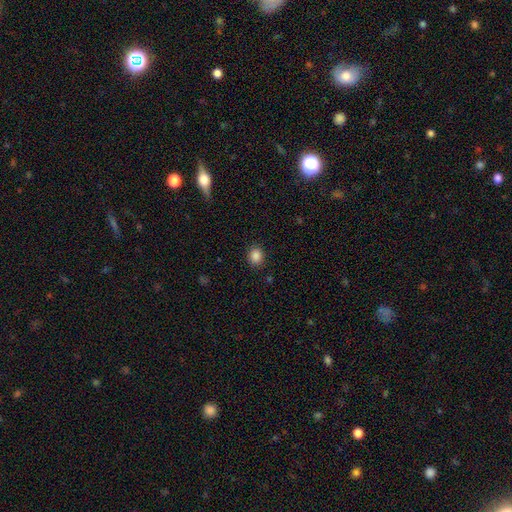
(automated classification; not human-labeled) The model was most divided on "how rounded": round: 62%, in between: 37%, cigar-shaped: 1%. More confident: merging — none (88%); smooth or featured — smooth (87%).